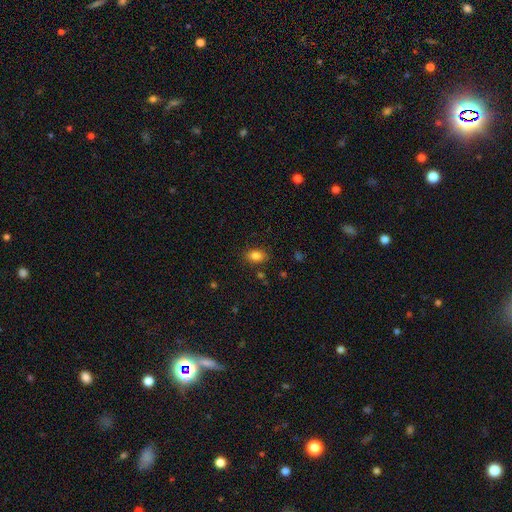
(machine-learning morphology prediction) type=smooth (84%); roundness=in between (81%); merging=none (85%).